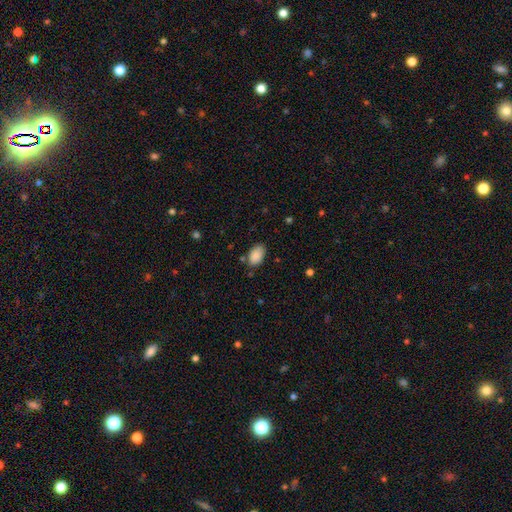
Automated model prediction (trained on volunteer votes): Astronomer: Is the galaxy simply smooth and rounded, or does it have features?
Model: smooth — 88%.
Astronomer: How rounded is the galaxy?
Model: in between — 92%.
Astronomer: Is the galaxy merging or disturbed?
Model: none — 76%.